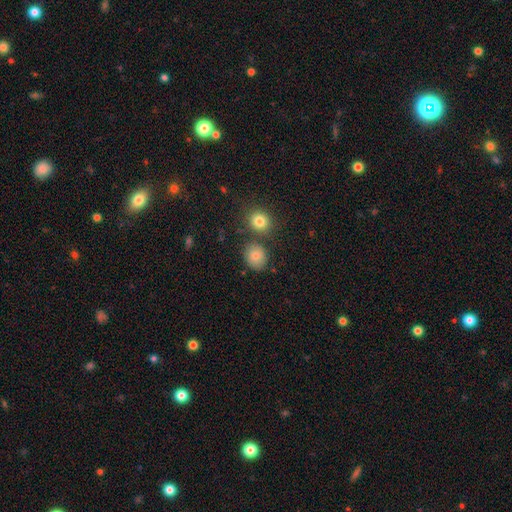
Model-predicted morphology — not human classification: smooth 82%, star or artifact 11%, featured or disk 7%. Down the decision tree: how rounded — round (72%); merging — none (77%).